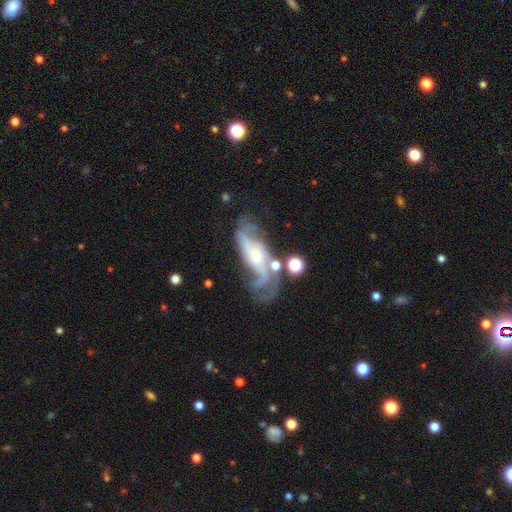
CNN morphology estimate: Smooth or featured? Predicted: featured or disk (p=0.84). Edge-on disk? Predicted: no (p=0.92). Bar? Predicted: no (p=0.49). Spiral arms? Predicted: yes (p=0.95). Spiral winding? Predicted: loose (p=0.45). Spiral arm count? Predicted: 2 (p=0.66). Bulge size? Predicted: small (p=0.54). Merging? Predicted: none (p=0.54).